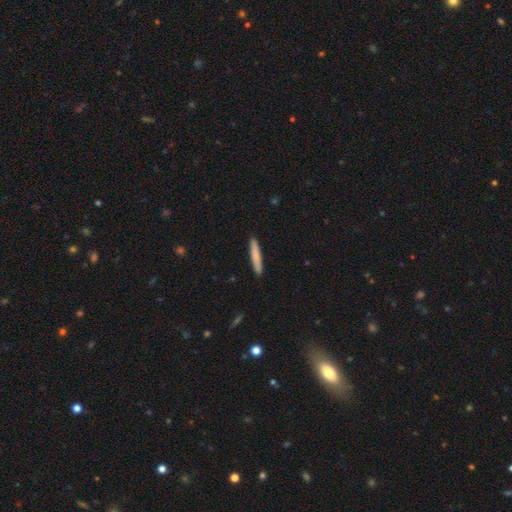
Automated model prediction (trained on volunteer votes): smooth 80%, featured or disk 15%, star or artifact 5%. Down the decision tree: how rounded — cigar-shaped (95%); merging — none (92%).